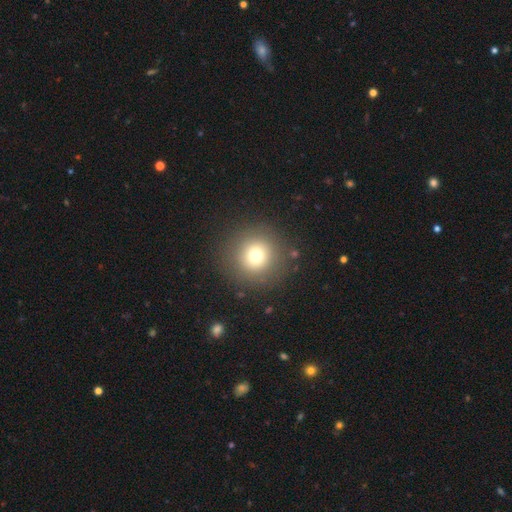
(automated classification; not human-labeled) Q: Smooth or featured?
A: smooth (72%); runner-up: star or artifact (15%)
Q: How rounded?
A: round (96%); runner-up: in between (4%)
Q: Merging?
A: none (88%); runner-up: minor disturbance (6%)